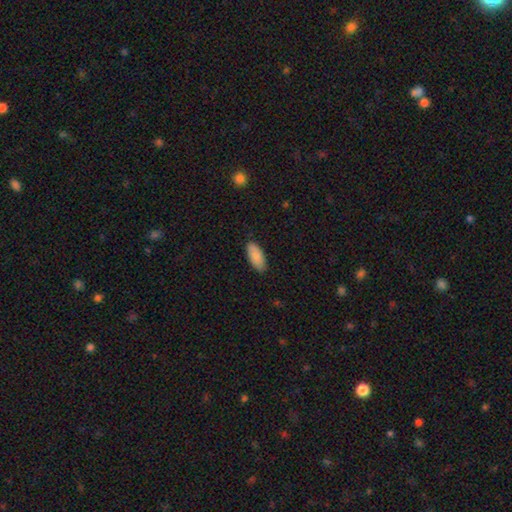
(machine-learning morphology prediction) This is clearly a smooth galaxy (89%). How rounded: clearly in between (86%). Merging: clearly none (86%).